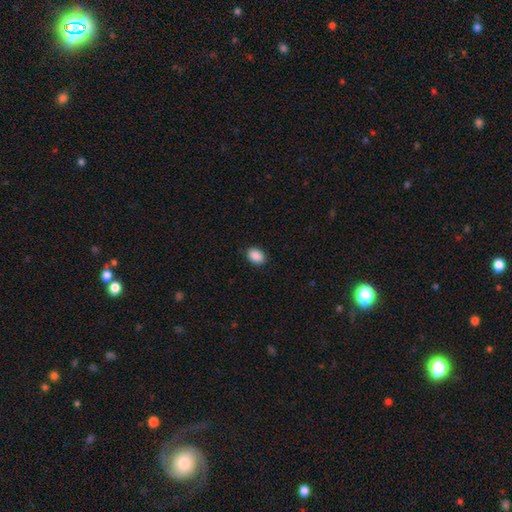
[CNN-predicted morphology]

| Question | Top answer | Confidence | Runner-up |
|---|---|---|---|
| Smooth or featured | smooth | 90% | star or artifact (8%) |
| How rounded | in between | 81% | round (18%) |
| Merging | none | 88% | minor disturbance (9%) |